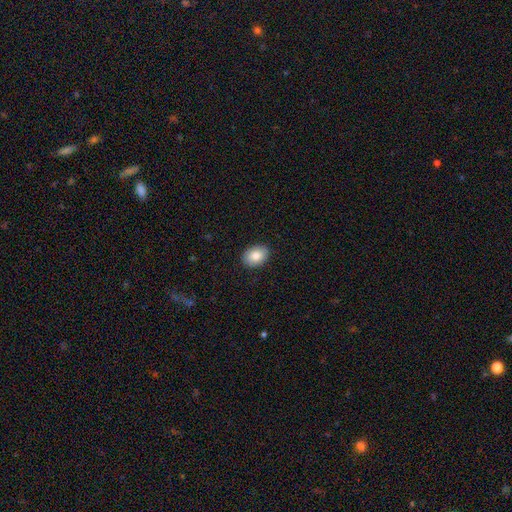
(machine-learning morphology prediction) smooth 84%, featured or disk 8%, star or artifact 7%. Down the decision tree: how rounded — in between (72%); merging — none (90%).